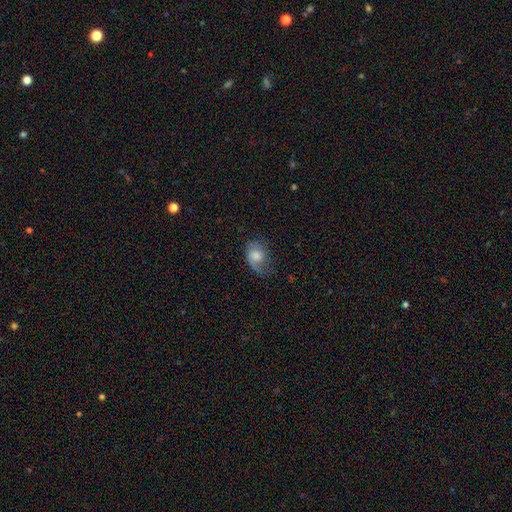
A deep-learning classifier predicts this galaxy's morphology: This is possibly a featured or disk galaxy (50%). Merging: possibly none (49%).